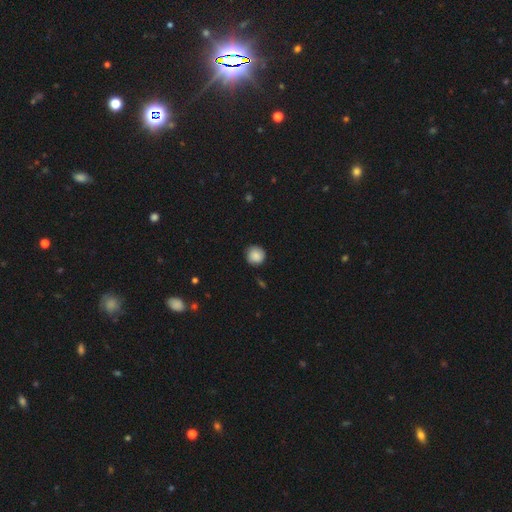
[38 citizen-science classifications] This appears to be a smooth galaxy with no disk features (92%) that is round (94%). Merging: none (81%).